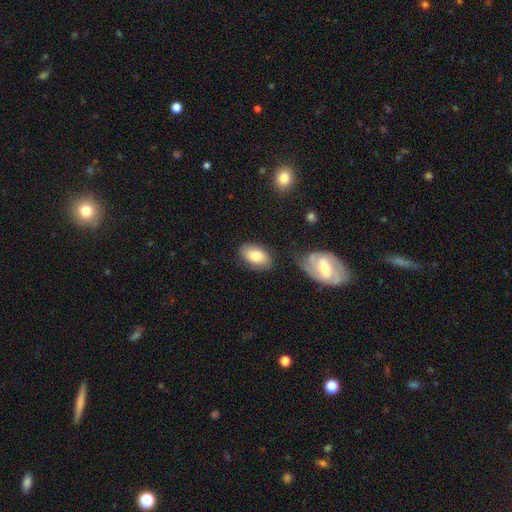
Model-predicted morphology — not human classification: Q: Smooth or featured?
A: smooth (75%); runner-up: featured or disk (18%)
Q: How rounded?
A: in between (91%); runner-up: round (7%)
Q: Merging?
A: none (74%); runner-up: minor disturbance (16%)